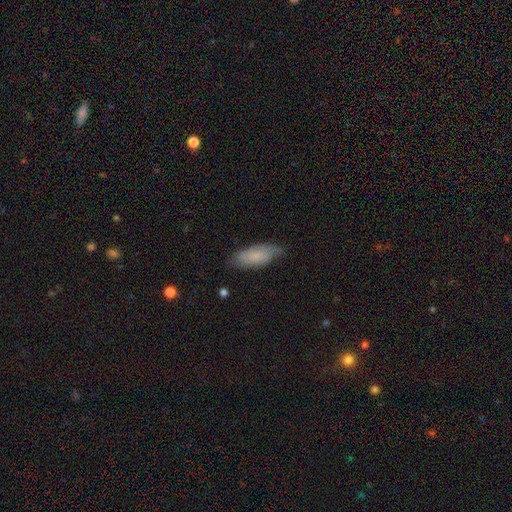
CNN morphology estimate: Smooth or featured? Predicted: smooth (p=0.72). How rounded? Predicted: in between (p=0.79). Merging? Predicted: none (p=0.71).